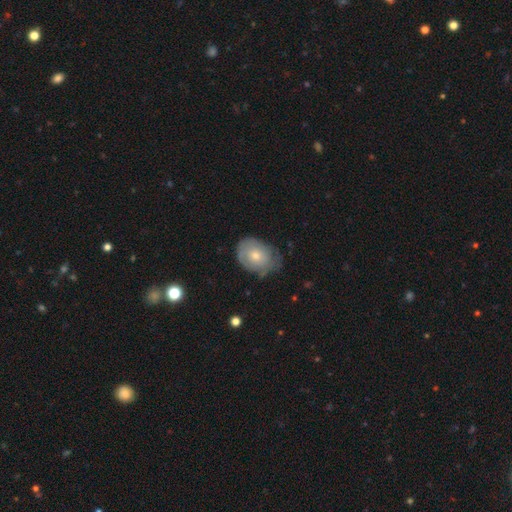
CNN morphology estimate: Smooth or featured? smooth (60%)
How rounded? in between (65%)
Merging? none (55%)